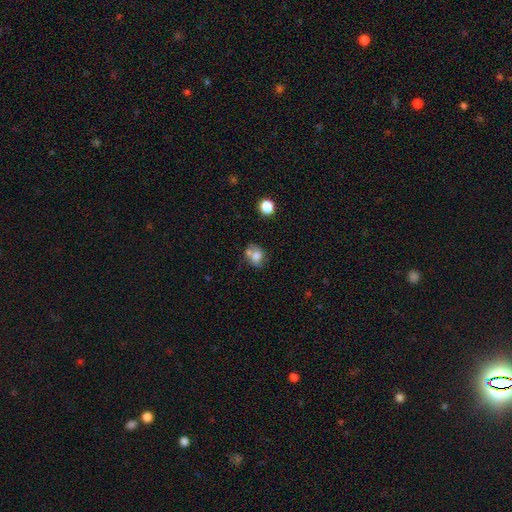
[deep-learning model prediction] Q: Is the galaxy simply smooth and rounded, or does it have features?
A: smooth — 70%.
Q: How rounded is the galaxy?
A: round — 62%.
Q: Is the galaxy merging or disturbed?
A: none — 44%.